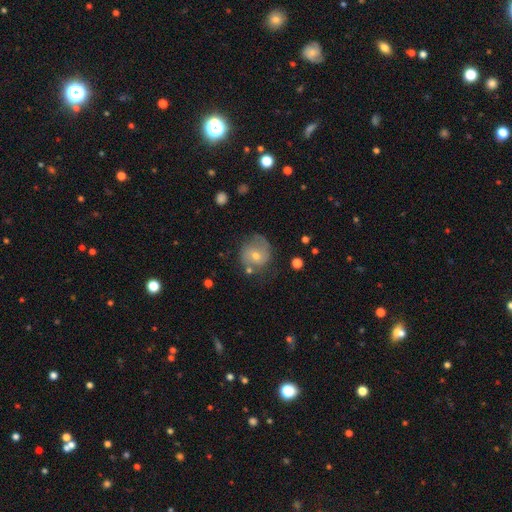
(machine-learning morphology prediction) featured or disk 56%, smooth 32%, star or artifact 12%. Down the decision tree: edge-on disk — no (97%); bar — no (69%); spiral arms — yes (78%); bulge size — small (53%); merging — none (66%).